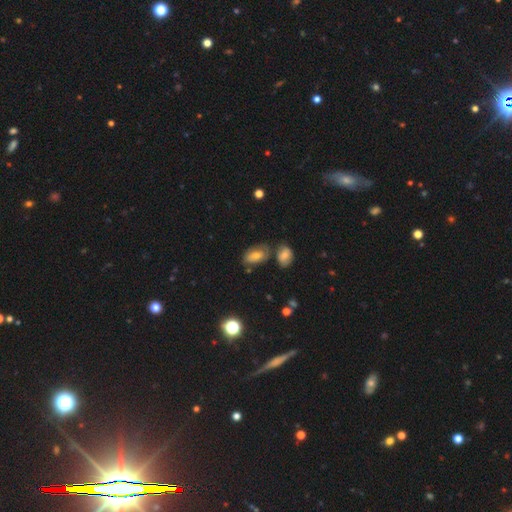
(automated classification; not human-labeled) Q: Smooth or featured?
A: smooth (61%); runner-up: featured or disk (24%)
Q: How rounded?
A: in between (88%); runner-up: round (9%)
Q: Merging?
A: none (60%); runner-up: minor disturbance (19%)